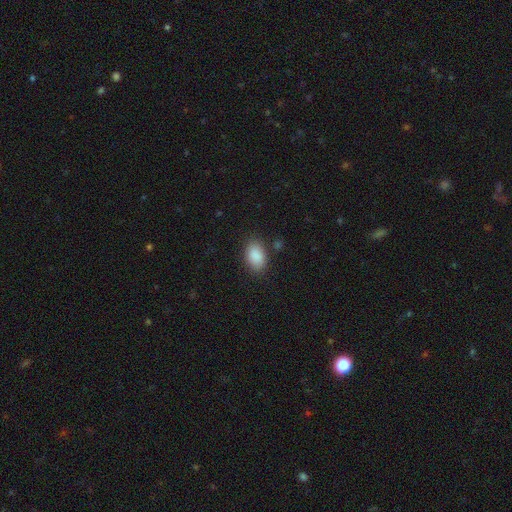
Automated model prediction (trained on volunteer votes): The model was most divided on "merging": none: 82%, minor disturbance: 12%, major disturbance: 3%, merger: 2%. More confident: smooth or featured — smooth (89%); how rounded — in between (89%).